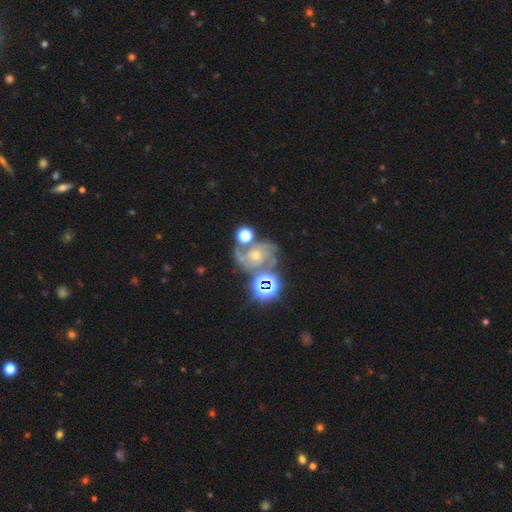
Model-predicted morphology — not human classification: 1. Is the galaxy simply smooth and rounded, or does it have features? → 67% featured or disk, 22% star or artifact, 11% smooth.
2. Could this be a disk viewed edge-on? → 97% no, 3% yes.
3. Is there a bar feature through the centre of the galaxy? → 67% no, 25% weak, 9% strong.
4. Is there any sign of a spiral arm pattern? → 94% yes, 6% no.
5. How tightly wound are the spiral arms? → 45% medium, 42% tight, 13% loose.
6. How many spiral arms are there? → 43% 2, 22% 3, 20% can't tell, 6% 4, 5% 1, 5% more than 4.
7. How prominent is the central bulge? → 56% small, 38% moderate, 3% large, 2% none, 1% dominant.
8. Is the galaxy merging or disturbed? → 54% none, 20% merger, 15% minor disturbance, 12% major disturbance.